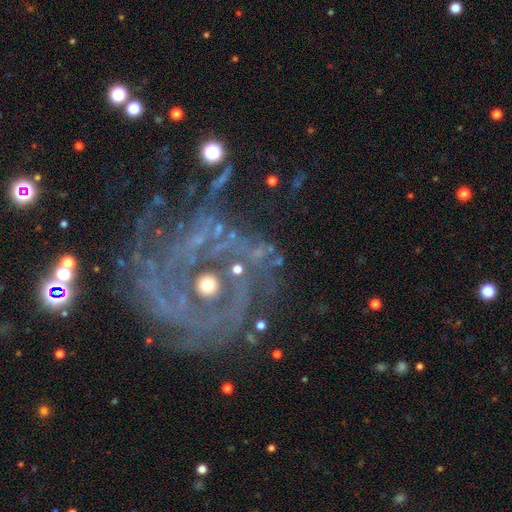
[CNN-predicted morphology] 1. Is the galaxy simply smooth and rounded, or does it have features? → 81% featured or disk, 12% star or artifact, 7% smooth.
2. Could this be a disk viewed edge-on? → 97% no, 3% yes.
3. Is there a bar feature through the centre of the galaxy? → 77% no, 16% weak, 7% strong.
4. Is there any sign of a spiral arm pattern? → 89% yes, 11% no.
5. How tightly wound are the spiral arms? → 65% tight, 26% medium, 9% loose.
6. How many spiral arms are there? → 29% can't tell, 24% 2, 17% 3, 10% 4, 10% more than 4, 9% 1.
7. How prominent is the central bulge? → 54% moderate, 36% small, 5% large, 4% none, 2% dominant.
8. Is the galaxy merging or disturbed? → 57% none, 19% major disturbance, 18% minor disturbance, 5% merger.